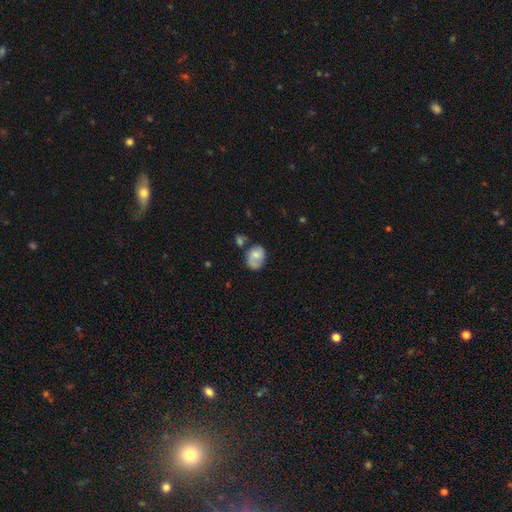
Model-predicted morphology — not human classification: smooth-or-featured: smooth: 55% | featured or disk: 37% | star or artifact: 8%
  how-rounded: in between: 63% | round: 36% | cigar-shaped: 1%
  merging: none: 44% | minor disturbance: 27% | merger: 14% | major disturbance: 14%